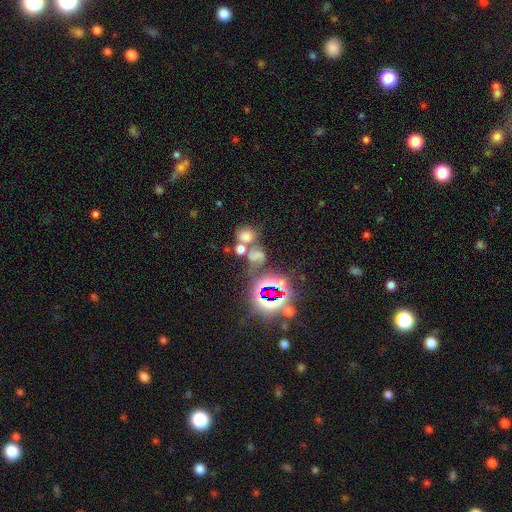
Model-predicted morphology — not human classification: The model was most divided on "merging": none: 40%, merger: 39%, minor disturbance: 11%, major disturbance: 10%. Remaining: smooth or featured — smooth (48%).